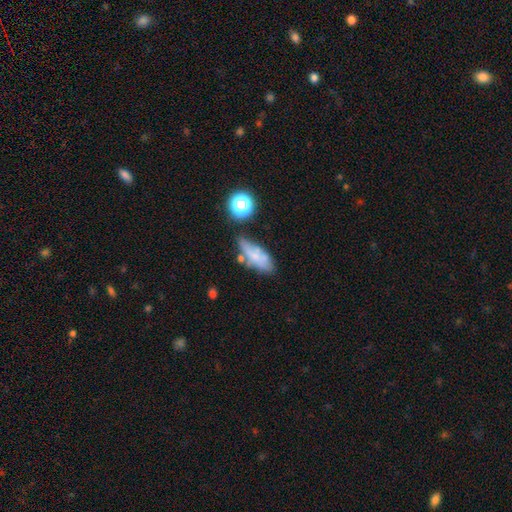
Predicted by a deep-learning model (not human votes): smooth 61%, featured or disk 27%, star or artifact 12%. Down the decision tree: how rounded — in between (67%); merging — none (51%).